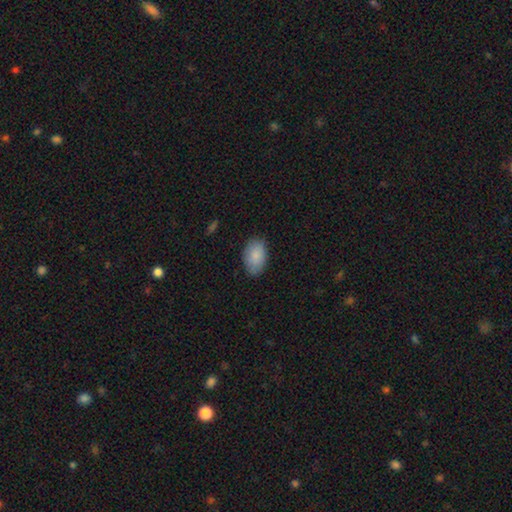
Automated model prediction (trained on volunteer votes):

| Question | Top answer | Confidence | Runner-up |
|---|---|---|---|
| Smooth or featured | smooth | 88% | featured or disk (6%) |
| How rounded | in between | 92% | round (7%) |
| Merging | none | 83% | minor disturbance (13%) |